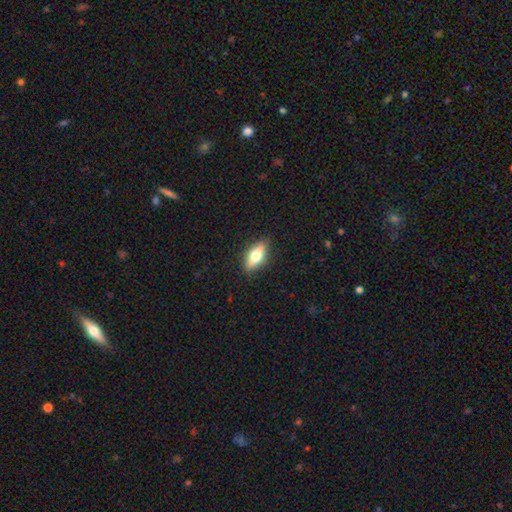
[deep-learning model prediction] Morphology: type=smooth (56%); roundness=in between (72%); merging=none (87%).